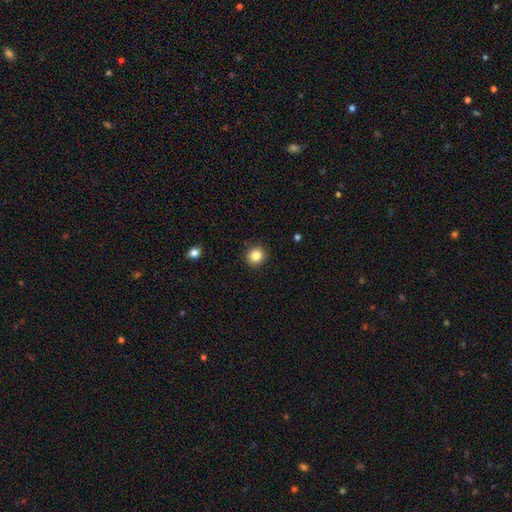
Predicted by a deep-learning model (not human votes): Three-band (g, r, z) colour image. It shows a smooth galaxy with no disk features (84%) that is round (90%). Merging: none (92%).